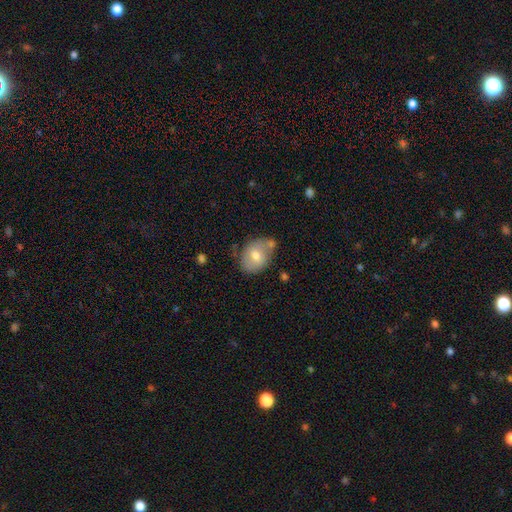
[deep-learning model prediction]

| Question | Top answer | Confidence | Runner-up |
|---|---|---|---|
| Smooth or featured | smooth | 67% | featured or disk (26%) |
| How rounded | in between | 68% | round (31%) |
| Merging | none | 58% | minor disturbance (21%) |